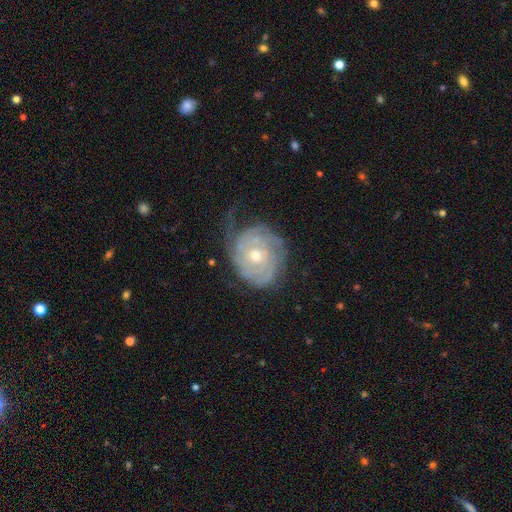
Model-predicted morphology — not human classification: featured or disk 82%, smooth 12%, star or artifact 6%. Down the decision tree: edge-on disk — no (97%); bar — no (77%); spiral arms — yes (93%); spiral arm count — can't tell (40%); spiral winding — tight (74%); bulge size — moderate (64%); merging — none (58%).